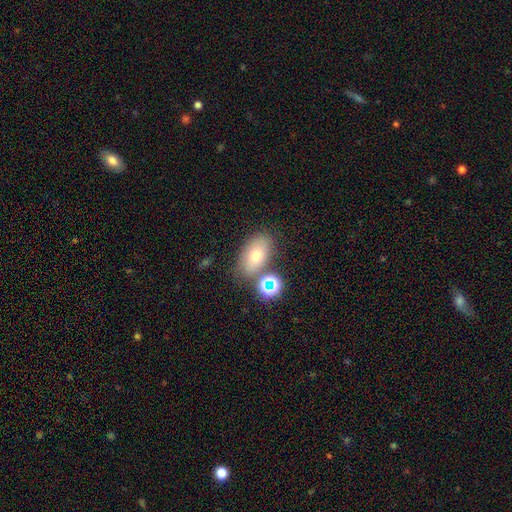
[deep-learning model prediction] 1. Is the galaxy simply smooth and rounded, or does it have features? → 67% smooth, 19% featured or disk, 15% star or artifact.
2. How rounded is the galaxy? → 85% in between, 13% round, 2% cigar-shaped.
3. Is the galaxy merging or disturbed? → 71% none, 13% minor disturbance, 11% merger, 4% major disturbance.